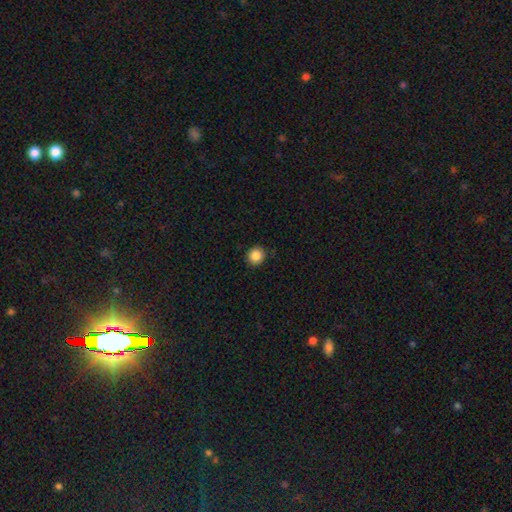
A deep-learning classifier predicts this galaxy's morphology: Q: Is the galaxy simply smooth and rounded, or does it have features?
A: smooth — 87%.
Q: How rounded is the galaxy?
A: round — 90%.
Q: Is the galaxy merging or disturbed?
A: none — 91%.